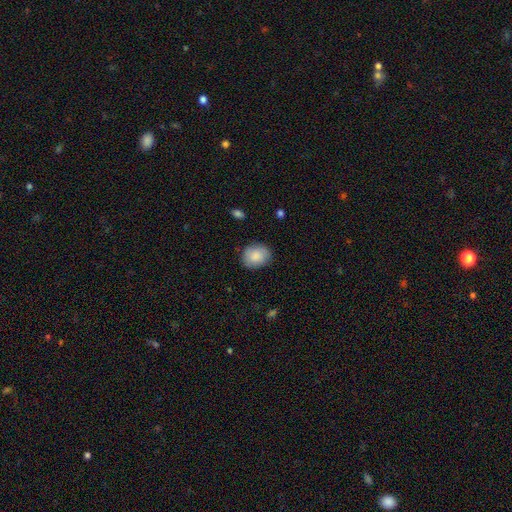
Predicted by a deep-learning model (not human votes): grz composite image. It shows a smooth galaxy with no disk features (86%) that is round (59%). Merging: none (84%).